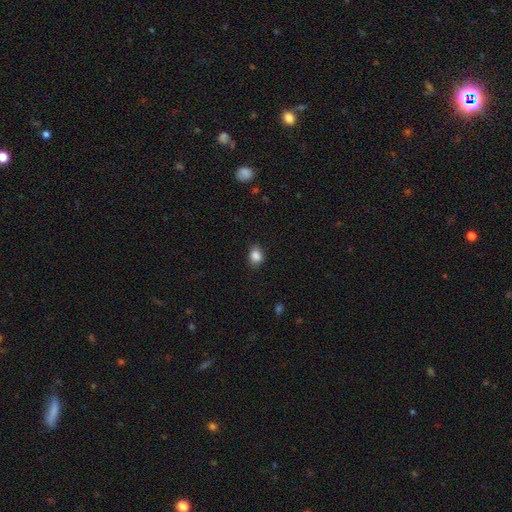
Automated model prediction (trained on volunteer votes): smooth_or_featured: smooth (p=0.87) [alt: star or artifact p=0.09]
how_rounded: in between (p=0.58) [alt: round p=0.40]
merging: none (p=0.78) [alt: minor disturbance p=0.17]